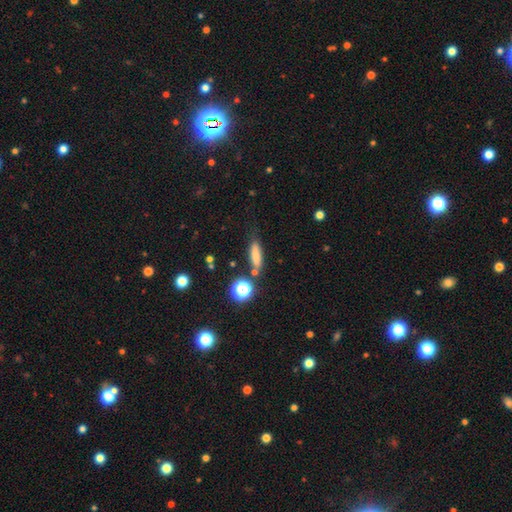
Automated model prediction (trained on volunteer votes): smooth 76%, star or artifact 13%, featured or disk 12%. Down the decision tree: how rounded — cigar-shaped (61%); merging — none (72%).